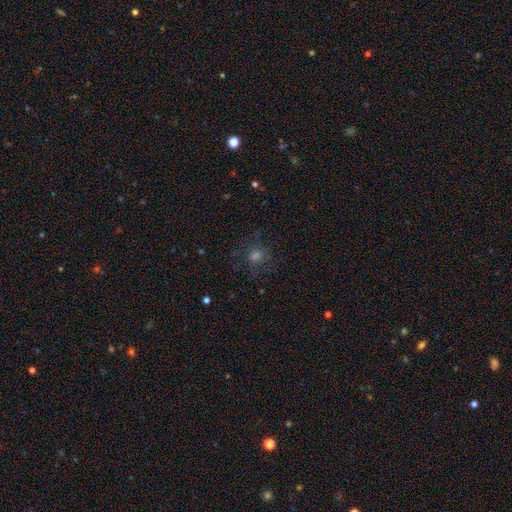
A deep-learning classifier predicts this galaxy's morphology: Smooth or featured? smooth (51%)
How rounded? round (80%)
Merging? none (75%)